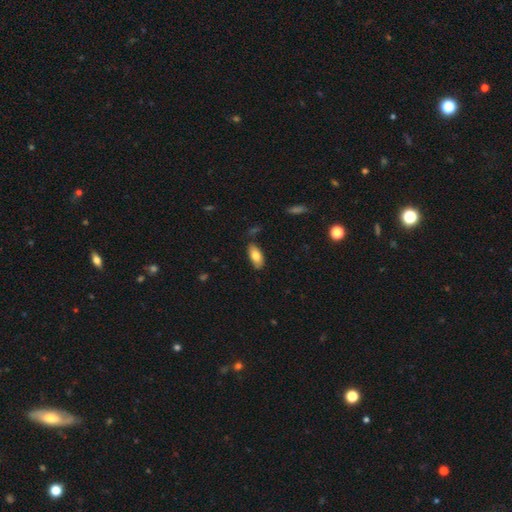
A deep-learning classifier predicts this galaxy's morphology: Overall: smooth (79%). How rounded: in between (90%). Merging: none (77%).